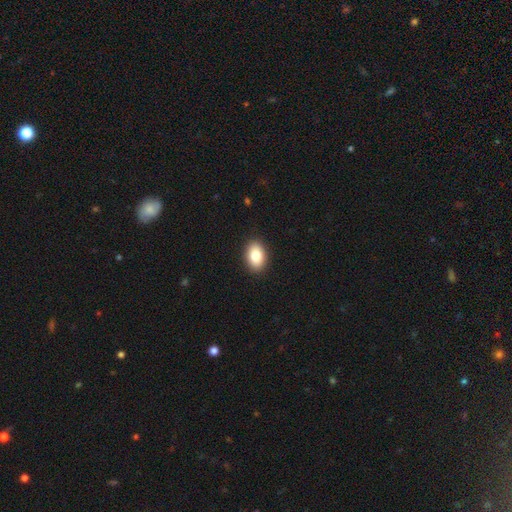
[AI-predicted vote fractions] Q: Smooth or featured?
A: smooth (82%); runner-up: featured or disk (10%)
Q: How rounded?
A: in between (85%); runner-up: round (13%)
Q: Merging?
A: none (90%); runner-up: minor disturbance (7%)